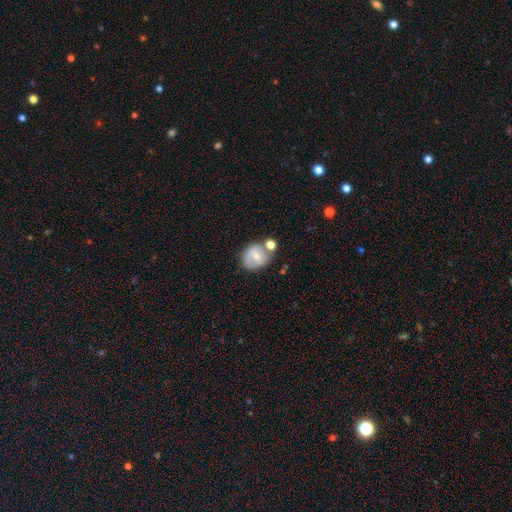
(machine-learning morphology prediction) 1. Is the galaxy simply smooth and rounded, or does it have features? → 65% smooth, 26% featured or disk, 8% star or artifact.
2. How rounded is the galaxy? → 57% round, 42% in between, 1% cigar-shaped.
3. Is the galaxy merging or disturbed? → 53% none, 24% merger, 18% minor disturbance, 6% major disturbance.